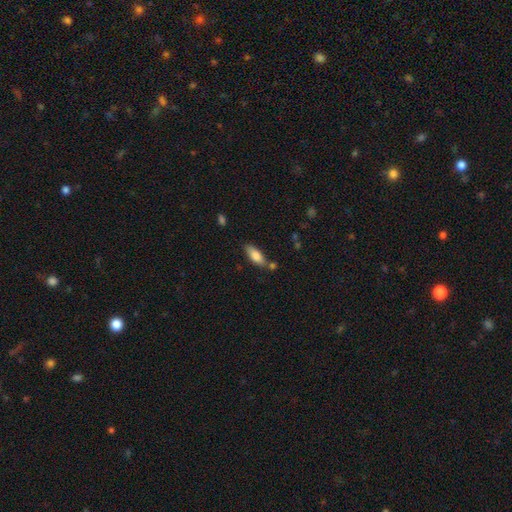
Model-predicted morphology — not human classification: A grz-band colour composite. It shows a smooth galaxy with no disk features (80%) that is in between round and cigar-shaped (71%). Merging: none (67%).